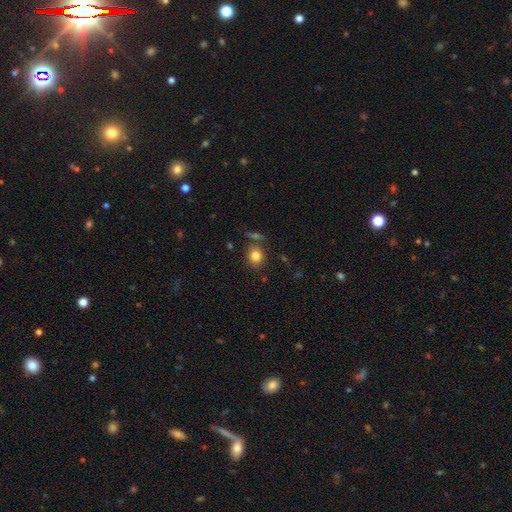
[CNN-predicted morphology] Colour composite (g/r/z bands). It shows a smooth galaxy with no disk features (81%) that is round (68%). Merging: none (76%).